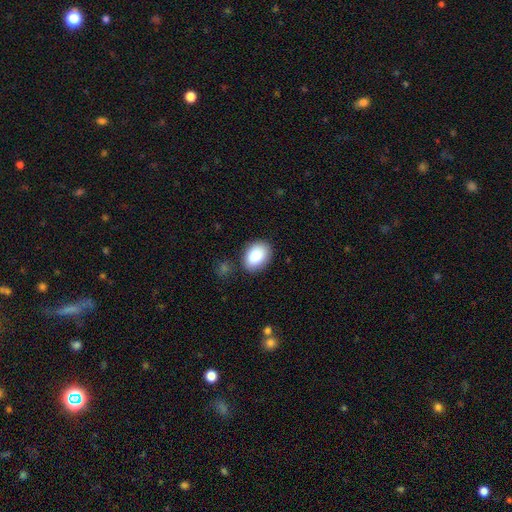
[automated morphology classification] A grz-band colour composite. It shows a smooth galaxy with no disk features (88%) that is in between round and cigar-shaped (79%). Merging: none (82%).